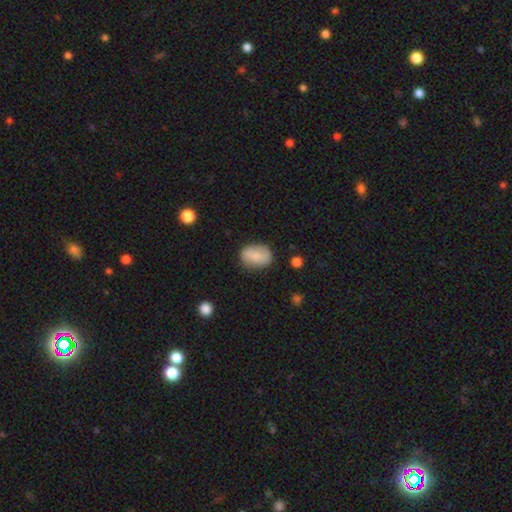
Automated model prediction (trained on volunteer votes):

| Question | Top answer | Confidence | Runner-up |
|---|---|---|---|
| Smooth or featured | smooth | 78% | featured or disk (15%) |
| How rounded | in between | 78% | round (20%) |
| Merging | none | 78% | minor disturbance (17%) |